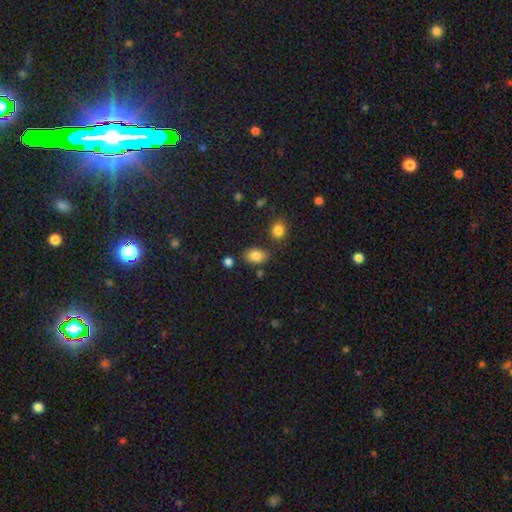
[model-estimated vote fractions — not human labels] Overall: smooth (85%). How rounded: in between (85%). Merging: none (78%).